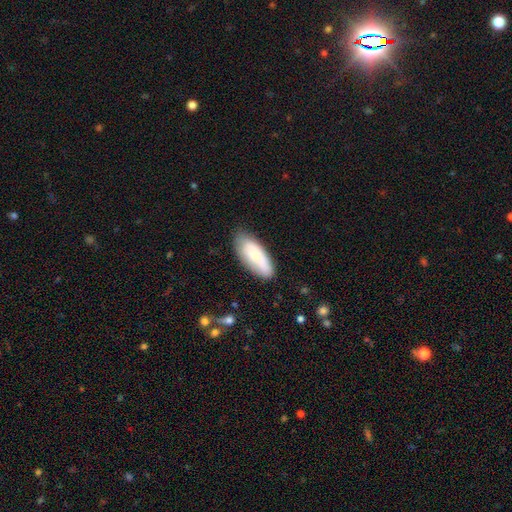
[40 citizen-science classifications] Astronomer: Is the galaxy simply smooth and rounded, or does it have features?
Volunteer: smooth — 75%.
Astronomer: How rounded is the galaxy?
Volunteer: in between — 83%.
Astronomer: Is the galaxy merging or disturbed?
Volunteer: none — 80%.